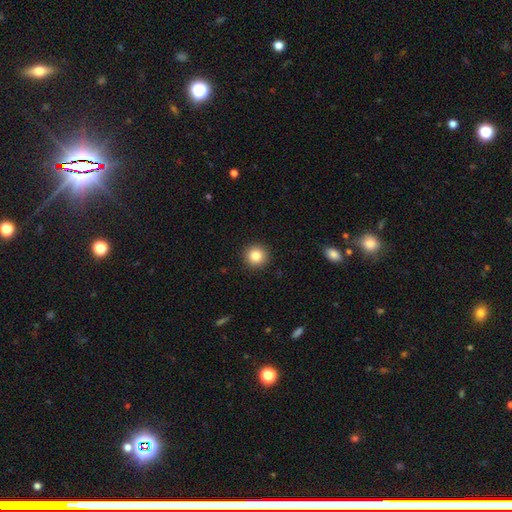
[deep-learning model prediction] A smooth galaxy with no disk features (84%) that is round (95%). Merging: none (93%).